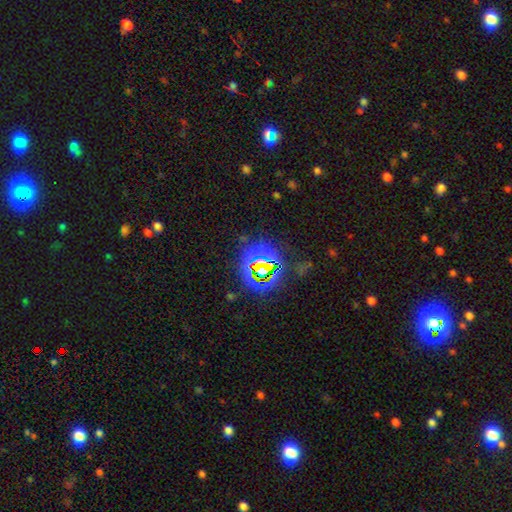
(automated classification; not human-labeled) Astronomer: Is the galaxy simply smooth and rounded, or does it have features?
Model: star or artifact — 78%.